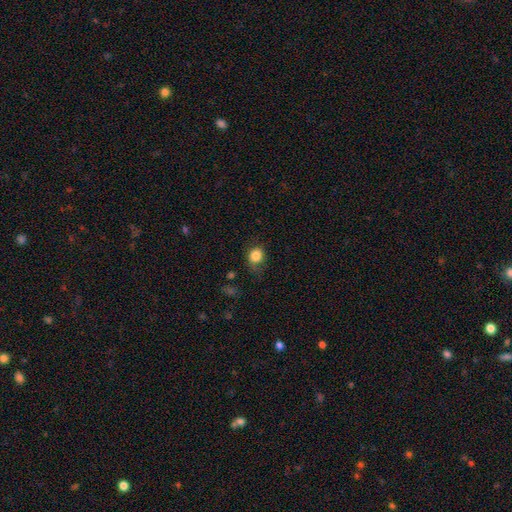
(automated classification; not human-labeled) The model was most divided on "how rounded": round: 68%, in between: 31%, cigar-shaped: 1%. More confident: smooth or featured — smooth (83%); merging — none (64%).